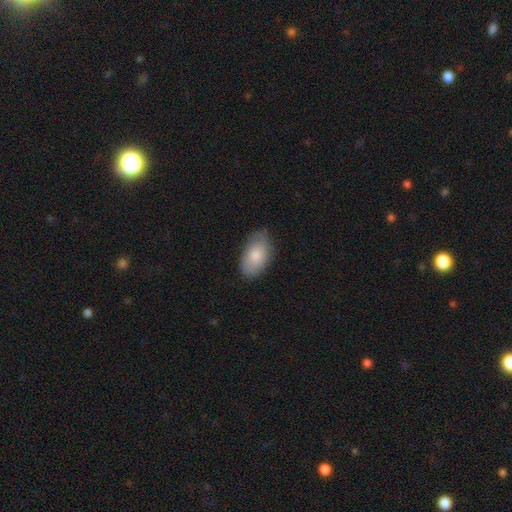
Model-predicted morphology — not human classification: smooth-or-featured: smooth: 82% | featured or disk: 12% | star or artifact: 6%
  how-rounded: in between: 93% | round: 5% | cigar-shaped: 1%
  merging: none: 77% | minor disturbance: 18% | major disturbance: 3% | merger: 1%